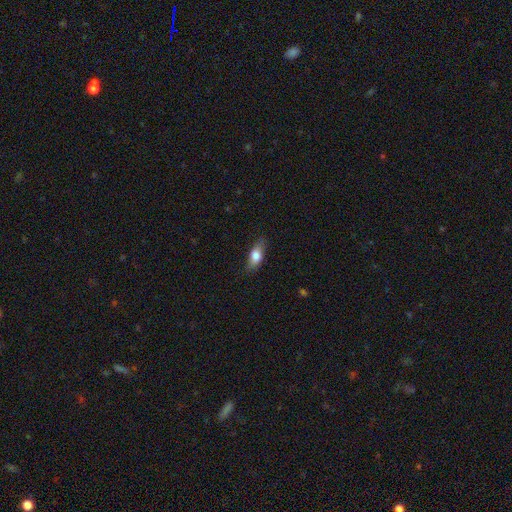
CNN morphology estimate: type=smooth (73%); roundness=in between (76%); merging=none (79%).